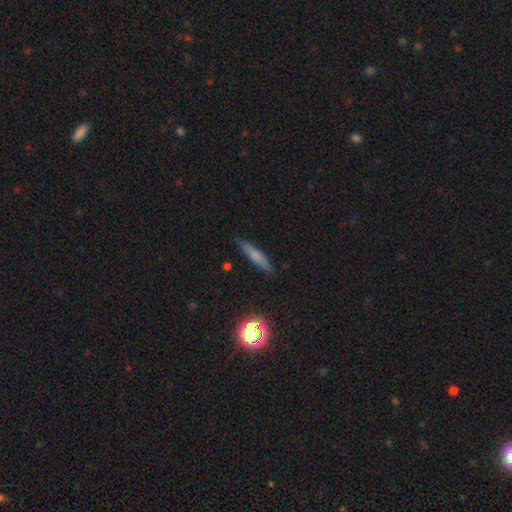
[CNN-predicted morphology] Overall: smooth (64%; featured or disk 26%). How rounded: cigar-shaped (85%). Merging: none (85%).